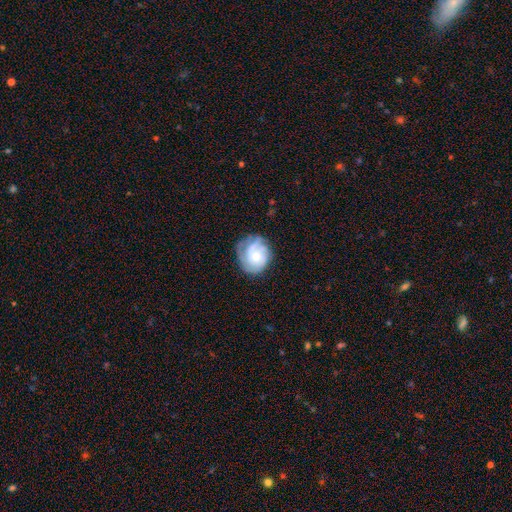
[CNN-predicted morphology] Overall: featured or disk (65%; smooth 28%). Edge-on disk: no (98%). Bar: no (80%). Spiral arms: yes (87%). Spiral arm count: can't tell (37%; 3 25%). Spiral winding: tight (63%; medium 28%). Bulge size: small (46%; moderate 43%). Merging: none (62%; minor disturbance 25%).